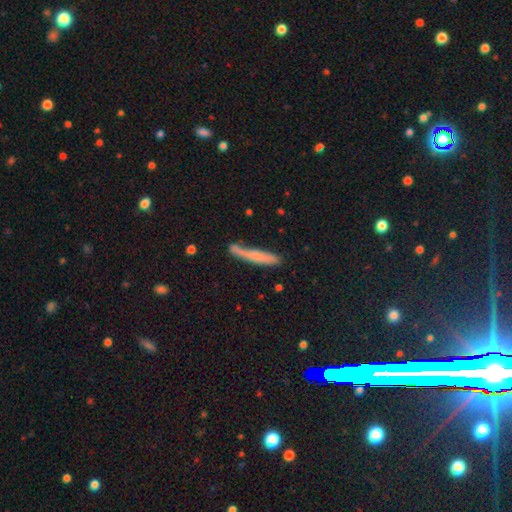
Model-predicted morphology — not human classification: smooth_or_featured: smooth (p=0.61) [alt: featured or disk p=0.30]
how_rounded: cigar-shaped (p=0.92) [alt: in between p=0.06]
merging: none (p=0.64) [alt: minor disturbance p=0.23]